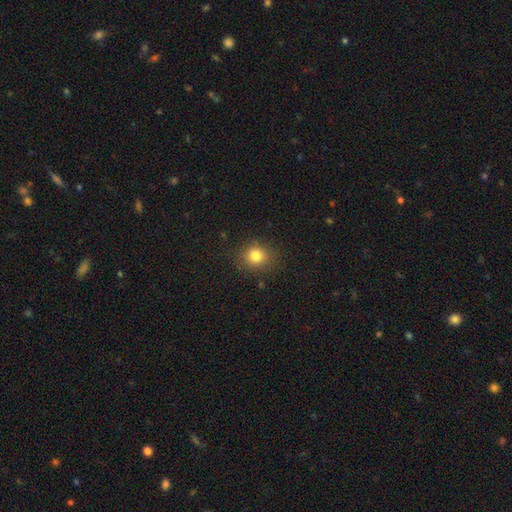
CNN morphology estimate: The model was most divided on "how rounded": round: 80%, in between: 19%, cigar-shaped: 1%. More confident: merging — none (84%); smooth or featured — smooth (81%).